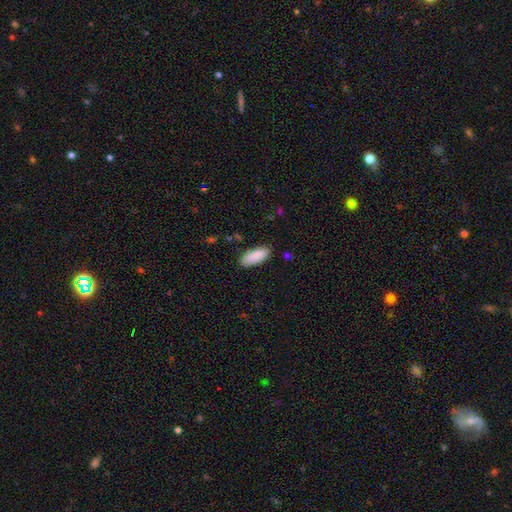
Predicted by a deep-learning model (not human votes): Smooth or featured? Predicted: smooth (p=0.89). How rounded? Predicted: in between (p=0.76). Merging? Predicted: none (p=0.83).